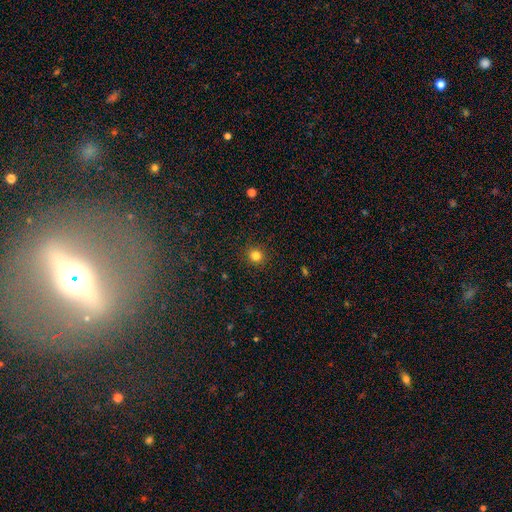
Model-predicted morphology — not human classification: Overall: smooth (82%). How rounded: round (90%). Merging: none (91%).